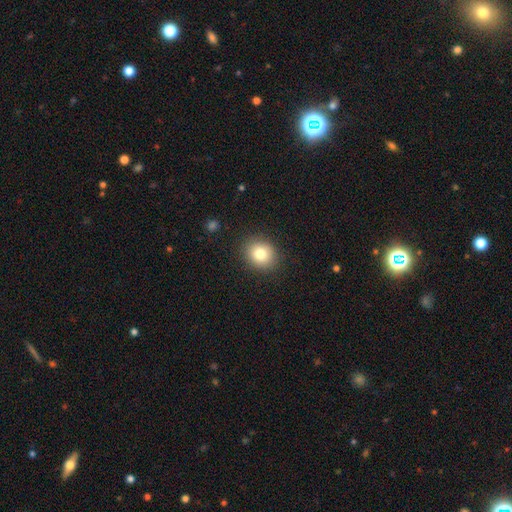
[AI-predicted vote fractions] A smooth galaxy with no disk features (80%) that is round (74%). Merging: none (91%).